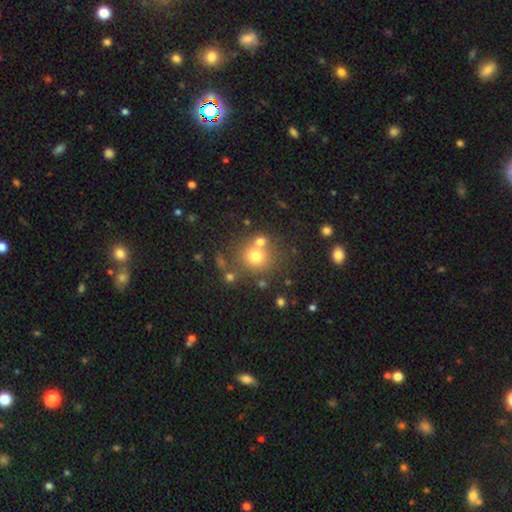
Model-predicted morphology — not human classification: Smooth or featured?
  - smooth: 70% *
  - star or artifact: 16%
  - featured or disk: 14%
How rounded?
  - round: 87% *
  - in between: 12%
  - cigar-shaped: 1%
Merging?
  - none: 61% *
  - merger: 24%
  - minor disturbance: 10%
  - major disturbance: 5%